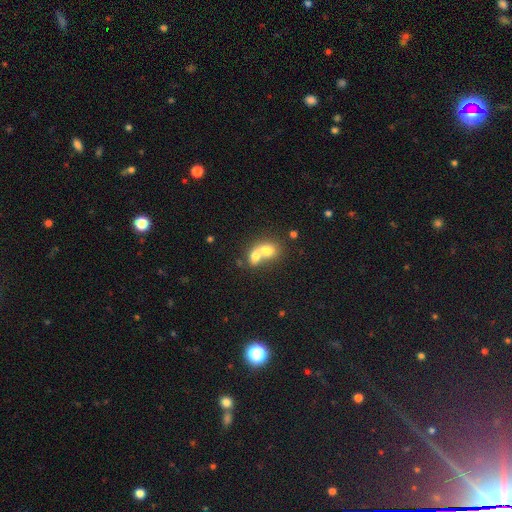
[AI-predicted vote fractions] This is likely a smooth galaxy (71%). How rounded: possibly in between (53%). Merging: likely merger (76%).